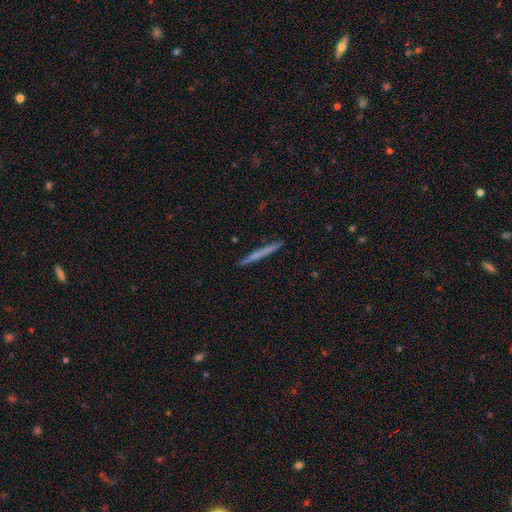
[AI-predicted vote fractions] The model was most divided on "smooth or featured": smooth: 48%, featured or disk: 45%, star or artifact: 6%. More confident: merging — none (91%).